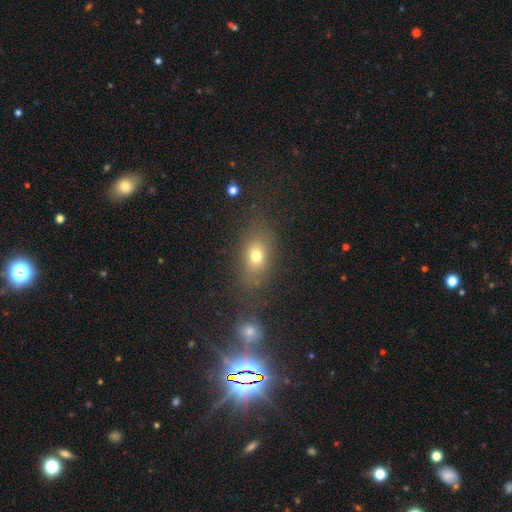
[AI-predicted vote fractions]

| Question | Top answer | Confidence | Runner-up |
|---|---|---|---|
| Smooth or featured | smooth | 72% | star or artifact (15%) |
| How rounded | in between | 70% | round (26%) |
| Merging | none | 70% | minor disturbance (14%) |